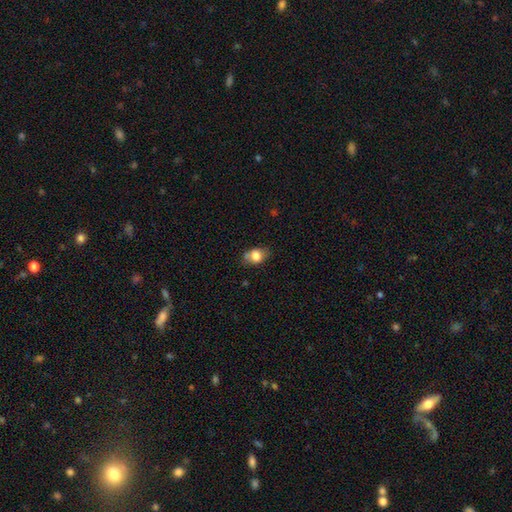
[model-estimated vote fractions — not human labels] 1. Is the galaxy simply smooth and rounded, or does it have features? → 77% smooth, 14% featured or disk, 9% star or artifact.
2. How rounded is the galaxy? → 72% in between, 27% round, 2% cigar-shaped.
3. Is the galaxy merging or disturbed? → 61% none, 24% minor disturbance, 9% merger, 6% major disturbance.